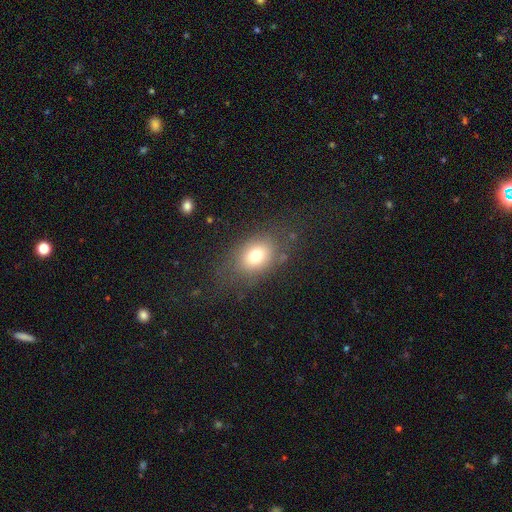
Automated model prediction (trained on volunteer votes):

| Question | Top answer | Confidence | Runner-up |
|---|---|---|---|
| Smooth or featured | smooth | 75% | featured or disk (13%) |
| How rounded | in between | 69% | round (30%) |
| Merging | none | 72% | minor disturbance (16%) |